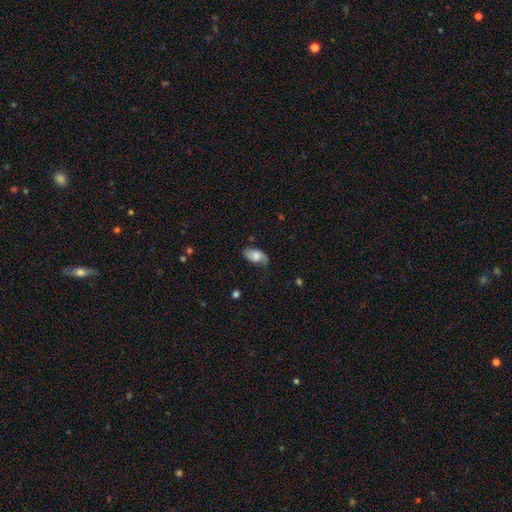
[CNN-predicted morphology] smooth 58%, featured or disk 34%, star or artifact 8%. Down the decision tree: how rounded — in between (92%); merging — none (54%).